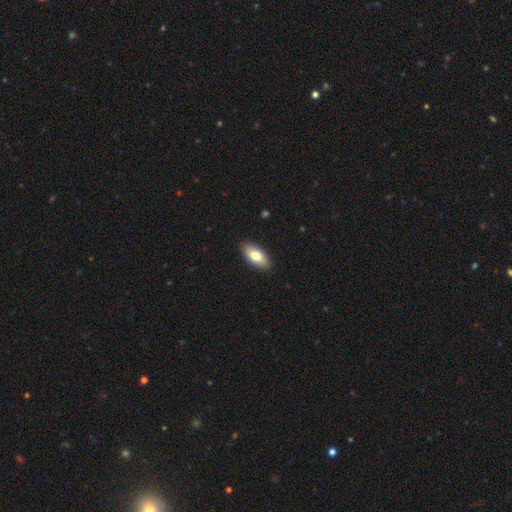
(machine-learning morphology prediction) A smooth galaxy with no disk features (78%) that is in between round and cigar-shaped (90%).

Vote fractions:
- Smooth or featured? smooth: 78% / featured or disk: 16% / star or artifact: 6%
- How rounded? in between: 90% / cigar-shaped: 7% / round: 3%
- Merging? none: 89% / minor disturbance: 8% / major disturbance: 2% / merger: 1%